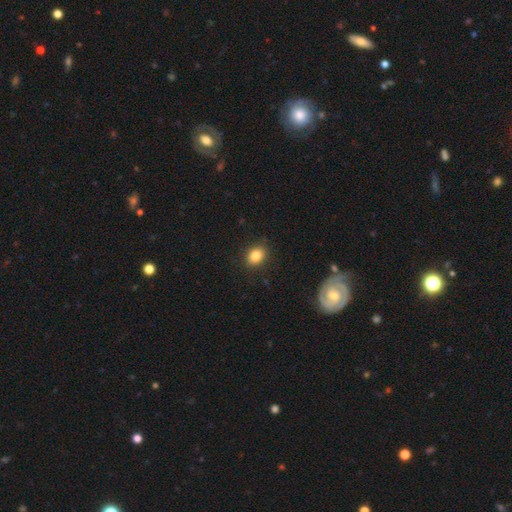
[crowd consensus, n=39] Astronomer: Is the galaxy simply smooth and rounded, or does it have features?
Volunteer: smooth — 79%.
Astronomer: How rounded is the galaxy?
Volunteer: in between — 55% (runner-up: round, 45%).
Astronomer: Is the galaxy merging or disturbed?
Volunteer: none — 84%.